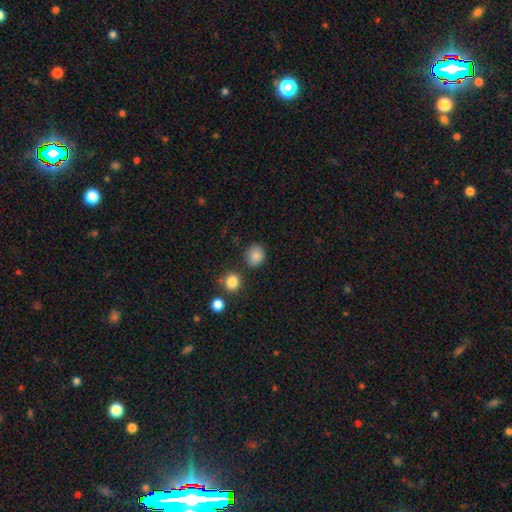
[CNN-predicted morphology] Smooth or featured: smooth — 86% (star or artifact — 10%)
How rounded: round — 76% (in between — 23%)
Merging: none — 79% (minor disturbance — 13%)